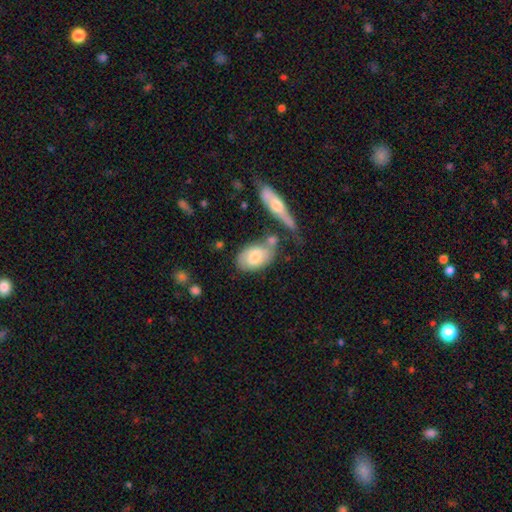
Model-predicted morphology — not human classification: smooth_or_featured: smooth (p=0.61) [alt: featured or disk p=0.34]
how_rounded: in between (p=0.91) [alt: round p=0.05]
merging: none (p=0.51) [alt: merger p=0.21]